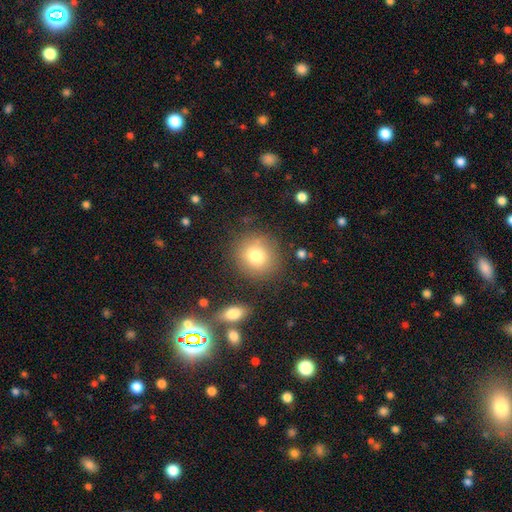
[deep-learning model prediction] This appears to be a smooth galaxy with no disk features (78%) that is round (88%). Merging: none (82%).